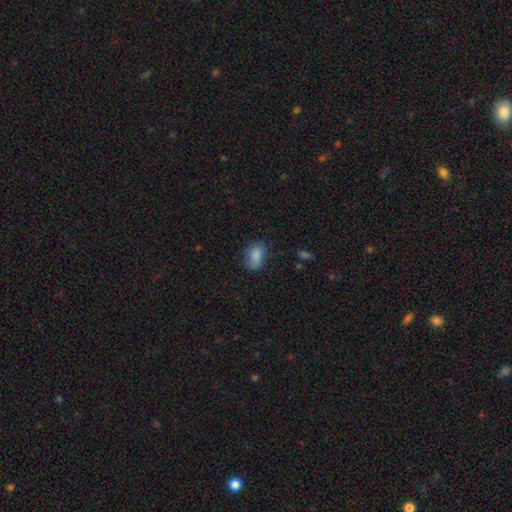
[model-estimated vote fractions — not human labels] smooth 86%, star or artifact 8%, featured or disk 6%. Down the decision tree: how rounded — in between (89%); merging — none (72%).